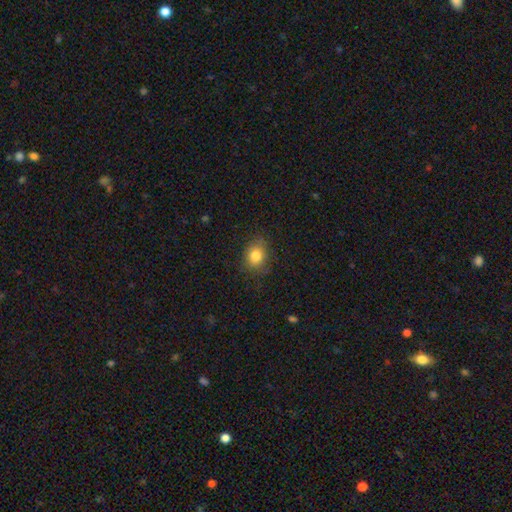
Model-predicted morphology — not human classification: The model was most divided on "how rounded": round: 60%, in between: 39%, cigar-shaped: 1%. More confident: smooth or featured — smooth (82%); merging — none (78%).